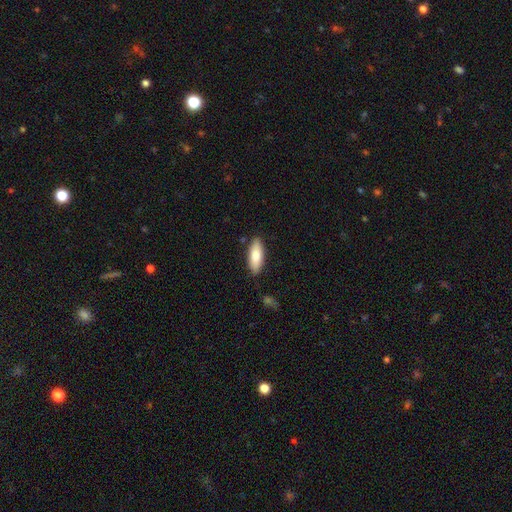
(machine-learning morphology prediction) Overall: smooth (80%). How rounded: in between (71%). Merging: none (85%).